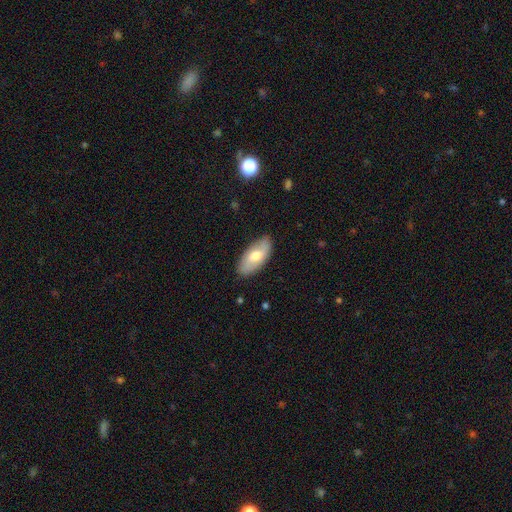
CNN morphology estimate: smooth 57%, featured or disk 38%, star or artifact 5%. Down the decision tree: how rounded — in between (91%); merging — none (85%).